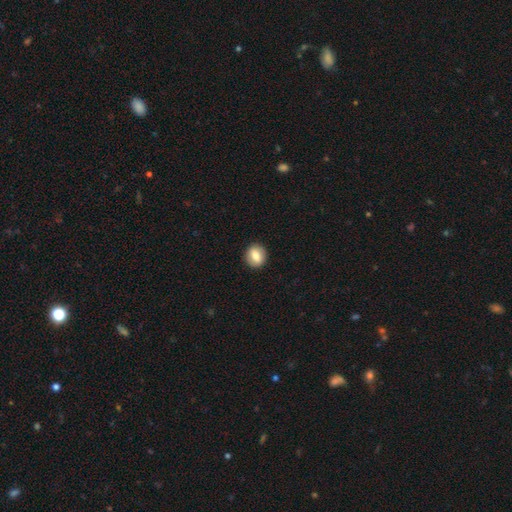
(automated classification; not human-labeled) smooth-or-featured: smooth: 75% | featured or disk: 17% | star or artifact: 8%
  how-rounded: round: 75% | in between: 24% | cigar-shaped: 1%
  merging: none: 90% | minor disturbance: 7% | major disturbance: 2% | merger: 1%